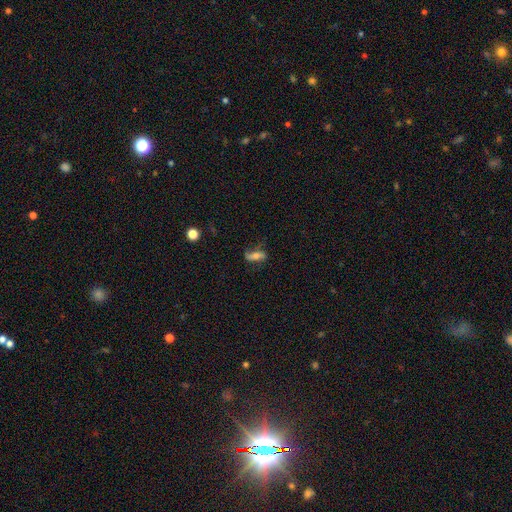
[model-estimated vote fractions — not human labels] Overall: smooth (50%; featured or disk 41%). Merging: none (62%; minor disturbance 25%).